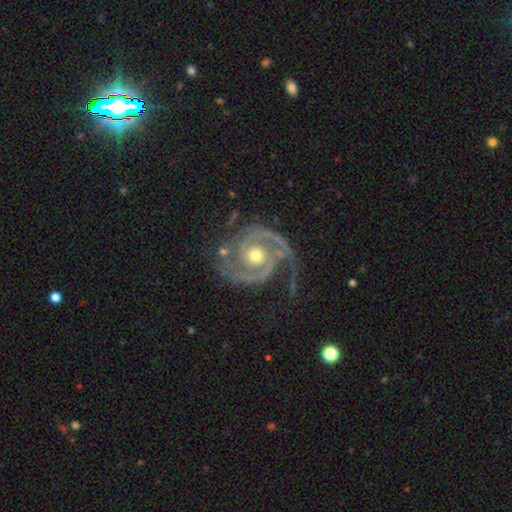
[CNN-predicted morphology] Smooth or featured: featured or disk — 93% (star or artifact — 4%)
Edge-on disk: no — 98% (yes — 2%)
Bar: no — 76% (weak — 17%)
Spiral arms: yes — 98% (no — 2%)
Spiral winding: tight — 55% (medium — 37%)
Spiral arm count: 2 — 82% (3 — 7%)
Bulge size: moderate — 68% (small — 26%)
Merging: none — 64% (minor disturbance — 20%)